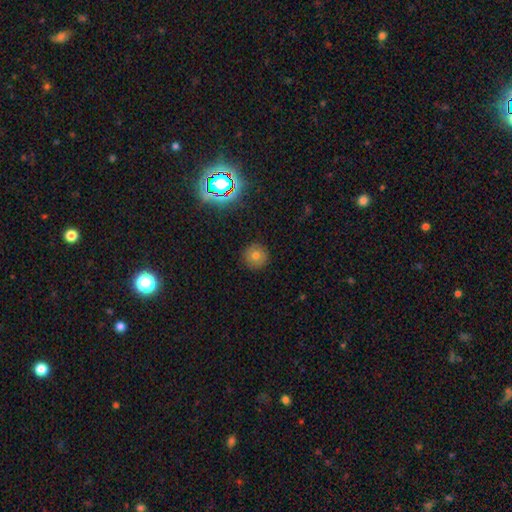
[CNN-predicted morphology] Q: Smooth or featured?
A: smooth (73%); runner-up: star or artifact (16%)
Q: How rounded?
A: round (95%); runner-up: in between (4%)
Q: Merging?
A: none (91%); runner-up: minor disturbance (6%)